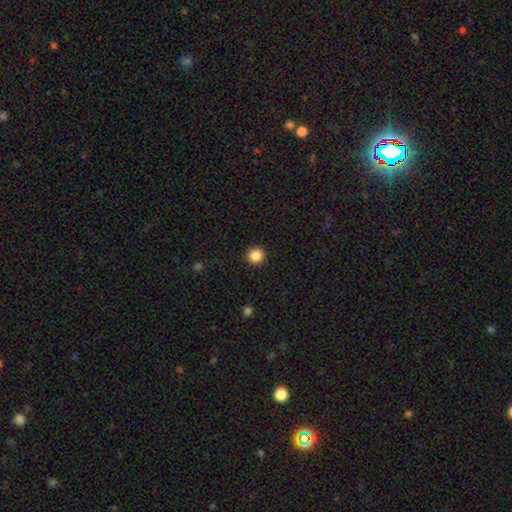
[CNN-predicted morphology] A smooth galaxy with no disk features (87%) that is round (95%).

Vote fractions:
- Smooth or featured? smooth: 87% / star or artifact: 10% / featured or disk: 3%
- How rounded? round: 95% / in between: 4% / cigar-shaped: 1%
- Merging? none: 93% / minor disturbance: 5% / major disturbance: 2% / merger: 1%